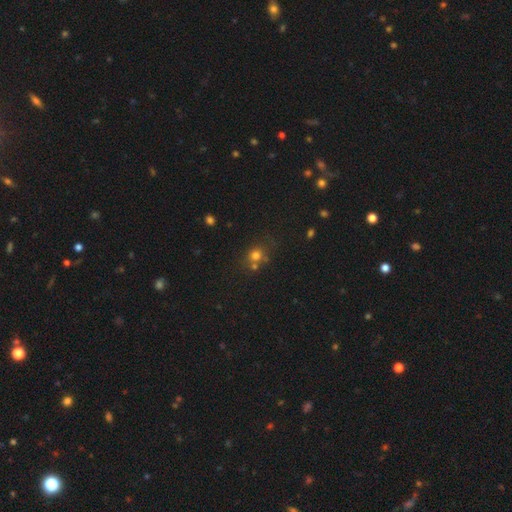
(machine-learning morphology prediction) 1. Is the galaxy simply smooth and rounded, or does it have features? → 71% smooth, 19% star or artifact, 10% featured or disk.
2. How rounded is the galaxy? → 79% round, 20% in between, 1% cigar-shaped.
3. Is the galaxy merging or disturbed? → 60% none, 23% merger, 12% minor disturbance, 5% major disturbance.